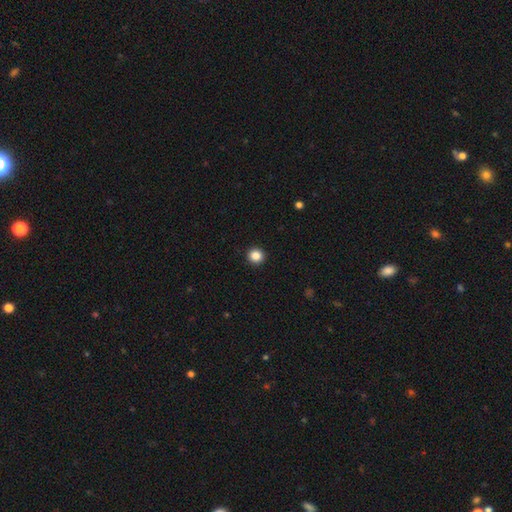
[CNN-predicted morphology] Smooth or featured: smooth — 86% (star or artifact — 11%)
How rounded: round — 94% (in between — 5%)
Merging: none — 94% (minor disturbance — 4%)